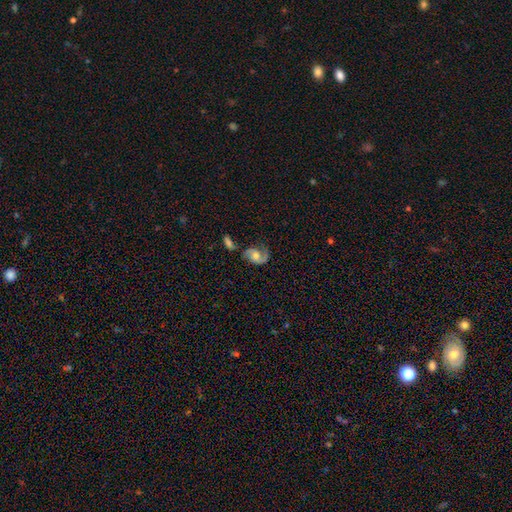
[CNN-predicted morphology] Smooth or featured: featured or disk — 77% (smooth — 16%)
Edge-on disk: no — 97% (yes — 3%)
Bar: no — 64% (weak — 30%)
Spiral arms: yes — 94% (no — 6%)
Spiral winding: medium — 46% (loose — 34%)
Spiral arm count: 2 — 74% (1 — 19%)
Bulge size: moderate — 65% (small — 18%)
Merging: none — 53% (minor disturbance — 21%)